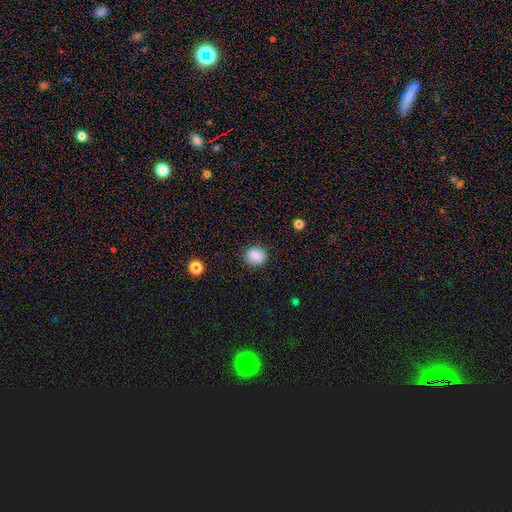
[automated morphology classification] smooth-or-featured: smooth: 87% | star or artifact: 9% | featured or disk: 4%
  how-rounded: round: 70% | in between: 29% | cigar-shaped: 1%
  merging: none: 85% | minor disturbance: 11% | major disturbance: 3% | merger: 1%